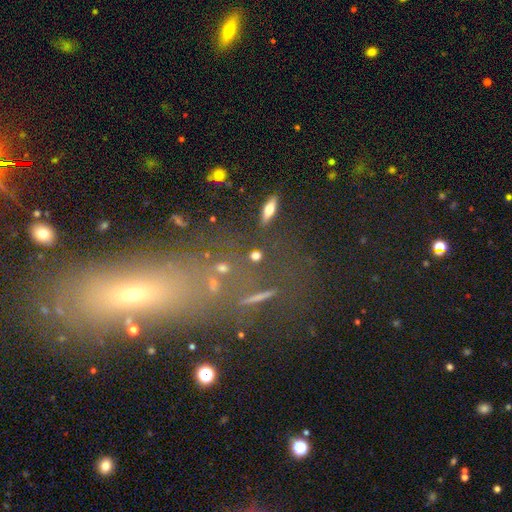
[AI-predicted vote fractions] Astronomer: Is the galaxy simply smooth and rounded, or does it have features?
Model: smooth — 57%.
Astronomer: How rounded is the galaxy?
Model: round — 62%.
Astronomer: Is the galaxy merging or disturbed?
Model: none — 83%.